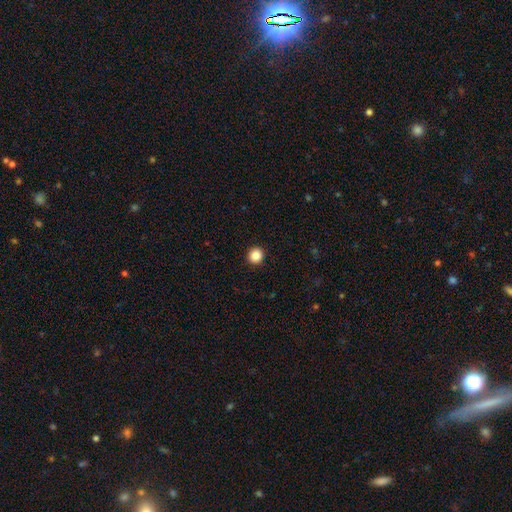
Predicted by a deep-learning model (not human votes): Smooth or featured? smooth (88%)
How rounded? round (93%)
Merging? none (93%)